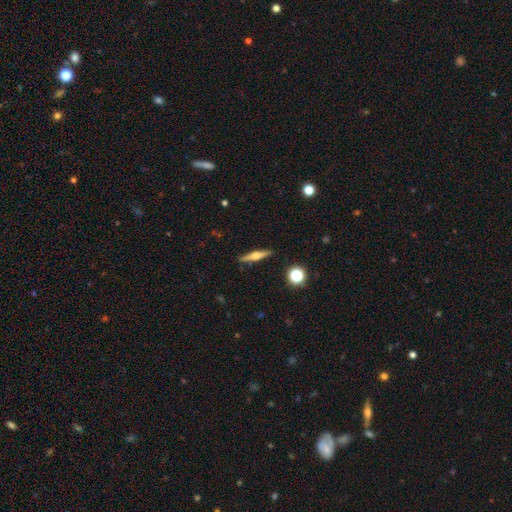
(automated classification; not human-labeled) Smooth or featured? featured or disk (60%)
Edge-on disk? yes (97%)
Edge-on bulge? rounded (89%)
Merging? none (90%)